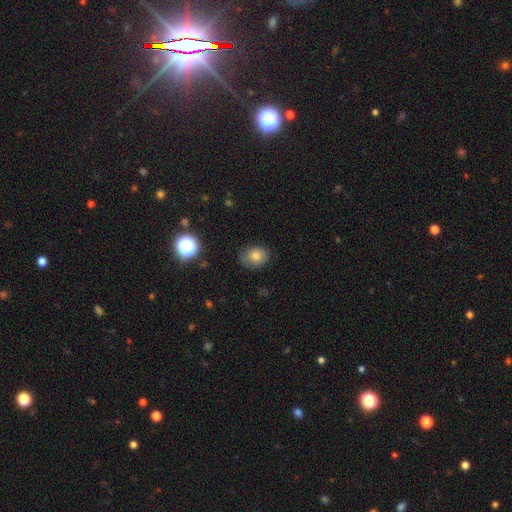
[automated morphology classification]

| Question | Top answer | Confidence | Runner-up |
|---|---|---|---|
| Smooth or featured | smooth | 75% | star or artifact (13%) |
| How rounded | in between | 51% | round (49%) |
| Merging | none | 73% | minor disturbance (21%) |